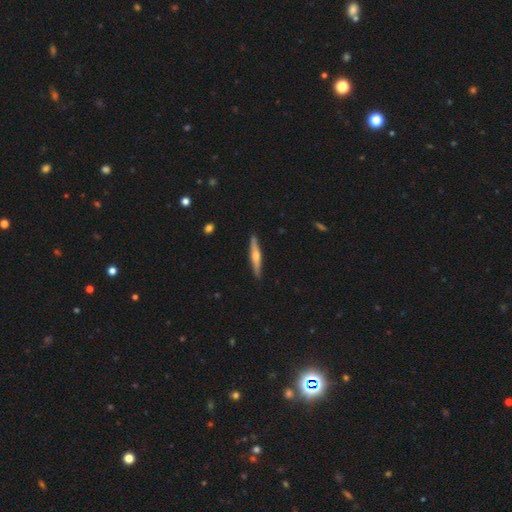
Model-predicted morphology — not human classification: Smooth or featured? featured or disk (63%)
Edge-on disk? yes (97%)
Edge-on bulge? rounded (88%)
Merging? none (90%)